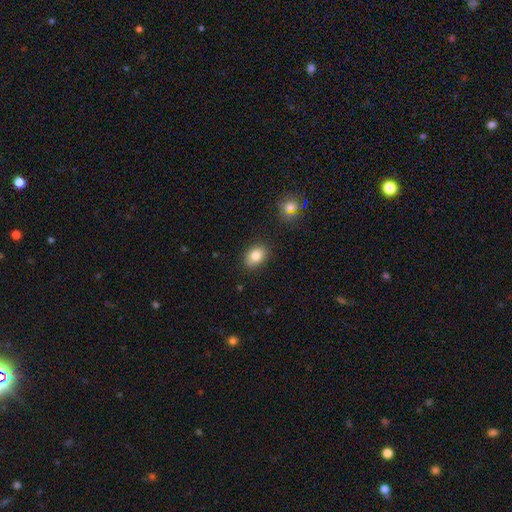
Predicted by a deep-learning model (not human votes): A smooth galaxy with no disk features (82%) that is in between round and cigar-shaped (73%). Merging: none (85%).